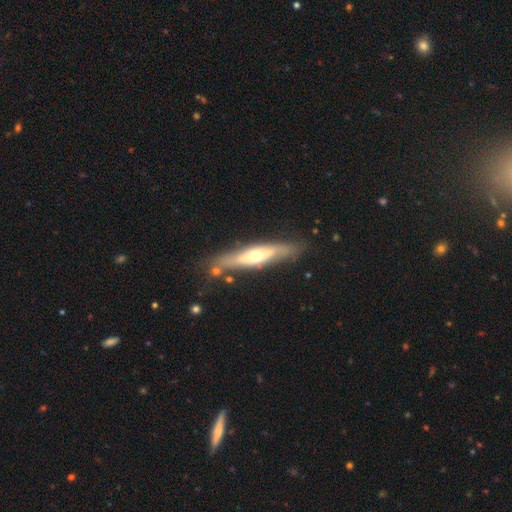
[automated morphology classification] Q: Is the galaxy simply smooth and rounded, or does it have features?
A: featured or disk — 60%.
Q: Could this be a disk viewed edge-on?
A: yes — 75%.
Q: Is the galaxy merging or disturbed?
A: none — 75%.